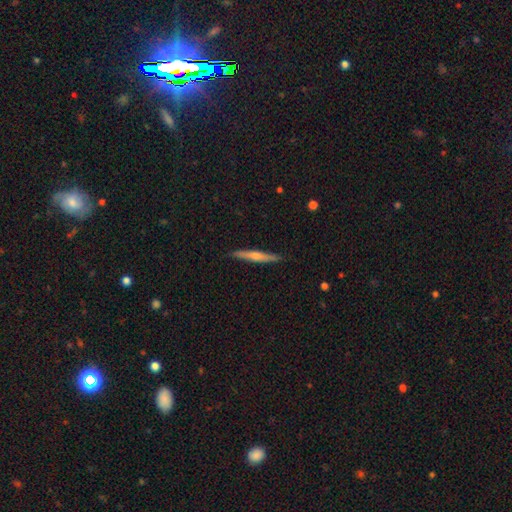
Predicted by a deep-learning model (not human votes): Smooth or featured? Predicted: featured or disk (p=0.65). Edge-on disk? Predicted: yes (p=0.97). Edge-on bulge? Predicted: rounded (p=0.78). Merging? Predicted: none (p=0.90).